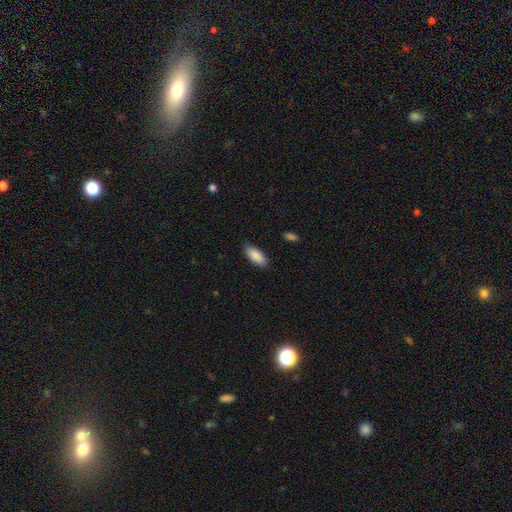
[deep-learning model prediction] A smooth galaxy with no disk features (89%) that is in between round and cigar-shaped (84%). Merging: none (86%).